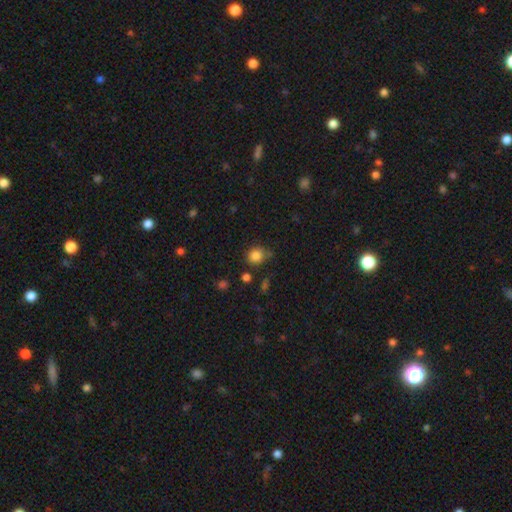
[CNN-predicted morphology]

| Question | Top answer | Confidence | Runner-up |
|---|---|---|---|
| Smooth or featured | smooth | 84% | star or artifact (11%) |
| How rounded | round | 84% | in between (15%) |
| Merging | none | 70% | minor disturbance (18%) |